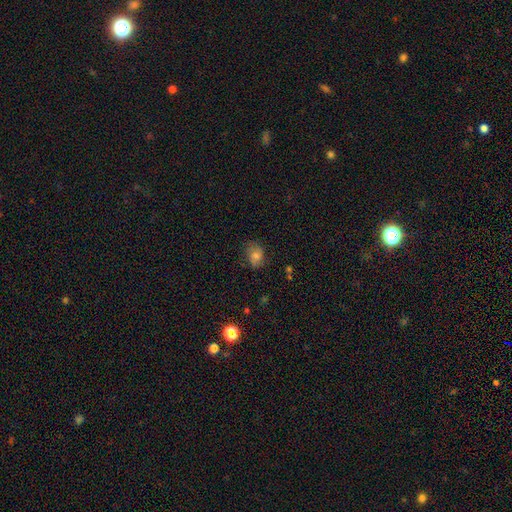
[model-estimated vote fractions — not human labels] Morphology: type=smooth (67%); roundness=in between (63%); merging=none (67%).